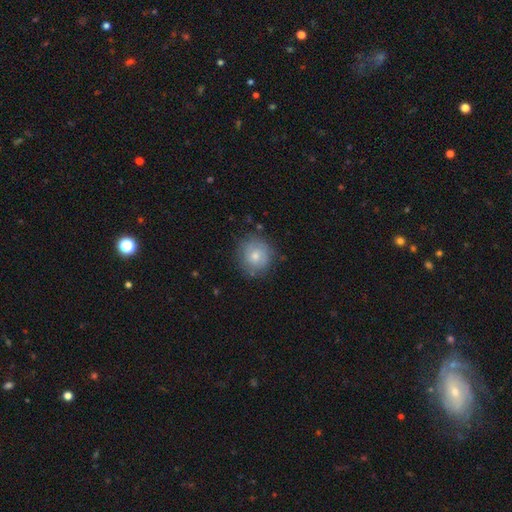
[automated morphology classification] type=smooth (66%); roundness=round (89%); merging=none (77%).